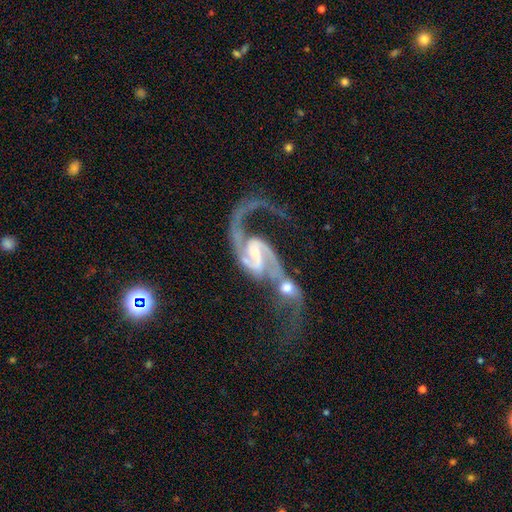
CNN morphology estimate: featured or disk 92%, star or artifact 4%, smooth 4%. Down the decision tree: edge-on disk — no (97%); bar — weak (45%); spiral arms — yes (97%); spiral arm count — 2 (89%); spiral winding — loose (55%); bulge size — small (49%); merging — merger (58%).